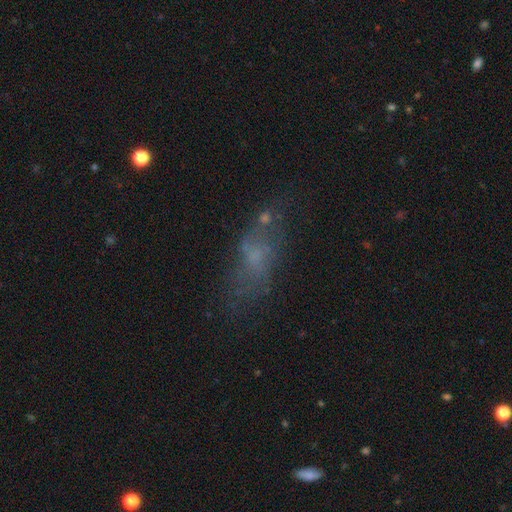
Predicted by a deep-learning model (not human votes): Smooth or featured? smooth (49%)
Merging? none (51%)